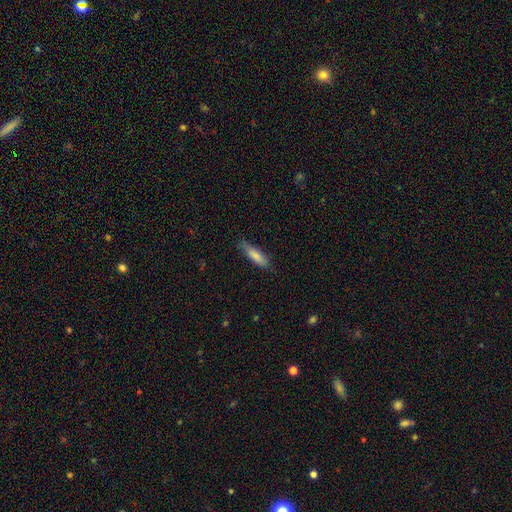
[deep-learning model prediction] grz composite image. It shows a smooth galaxy with no disk features (81%) that is cigar-shaped (64%). Merging: none (72%).